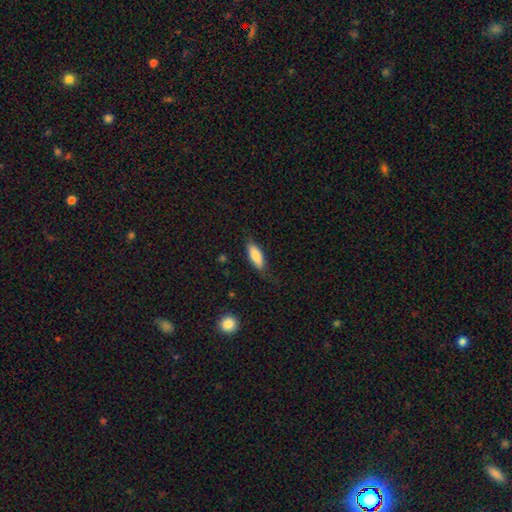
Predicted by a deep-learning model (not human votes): Smooth or featured: smooth — 82% (featured or disk — 12%)
How rounded: in between — 66% (cigar-shaped — 32%)
Merging: none — 73% (minor disturbance — 20%)